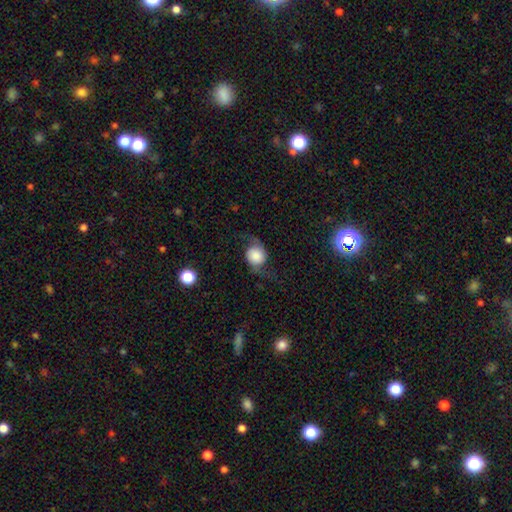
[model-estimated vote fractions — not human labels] Q: Smooth or featured?
A: featured or disk (55%); runner-up: smooth (35%)
Q: Edge-on disk?
A: no (94%); runner-up: yes (6%)
Q: Bar?
A: no (75%); runner-up: weak (20%)
Q: Spiral arms?
A: yes (92%); runner-up: no (8%)
Q: Bulge size?
A: dominant (39%); runner-up: large (30%)
Q: Merging?
A: none (63%); runner-up: minor disturbance (20%)